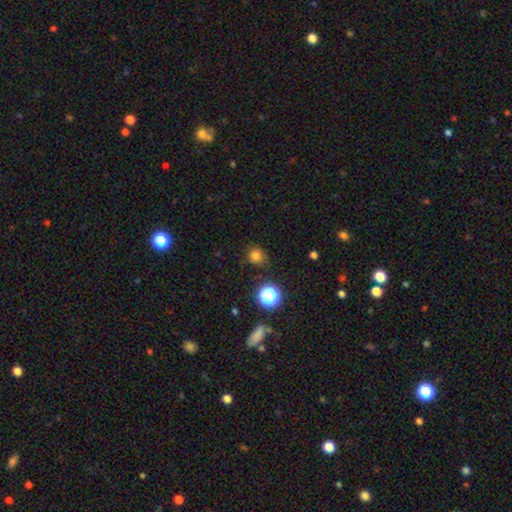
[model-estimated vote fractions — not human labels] This is likely a smooth galaxy (78%). How rounded: clearly round (86%). Merging: clearly none (82%).